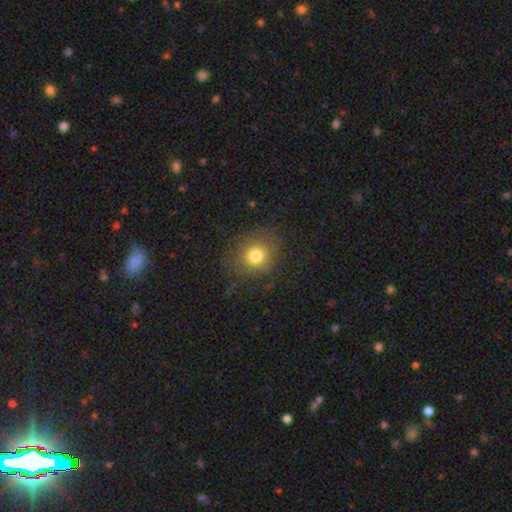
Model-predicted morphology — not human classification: Overall: smooth (76%). How rounded: round (71%). Merging: none (79%).